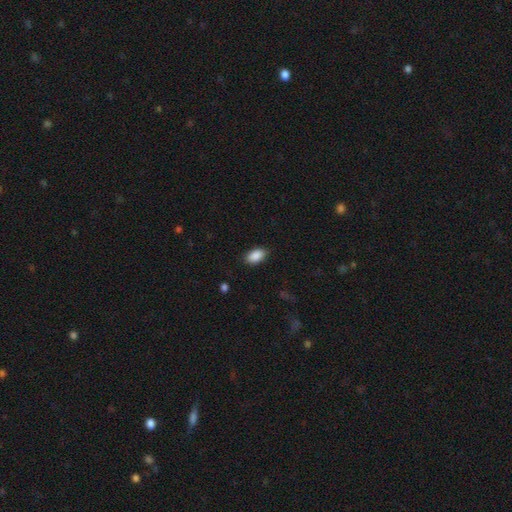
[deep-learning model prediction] A smooth galaxy with no disk features (90%) that is in between round and cigar-shaped (93%).

Vote fractions:
- Smooth or featured? smooth: 90% / star or artifact: 7% / featured or disk: 3%
- How rounded? in between: 93% / round: 5% / cigar-shaped: 2%
- Merging? none: 86% / minor disturbance: 10% / major disturbance: 3% / merger: 1%